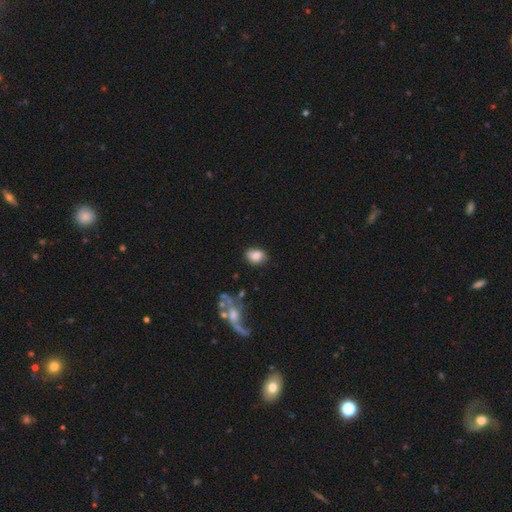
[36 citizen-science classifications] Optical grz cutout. It shows a smooth galaxy with no disk features (81%) that is in between round and cigar-shaped (66%). Merging: none (62%).